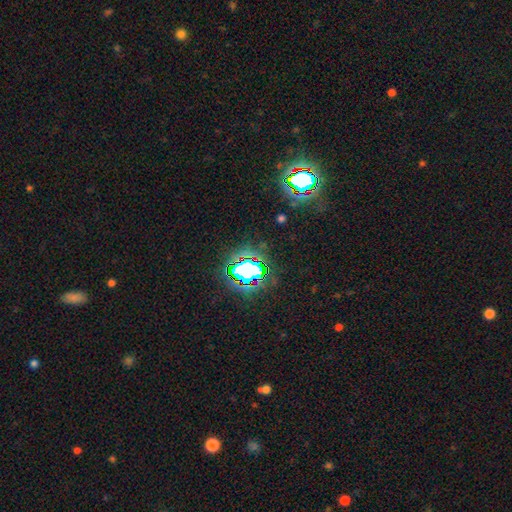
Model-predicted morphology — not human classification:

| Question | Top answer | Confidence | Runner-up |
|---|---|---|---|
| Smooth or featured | star or artifact | 81% | smooth (11%) |